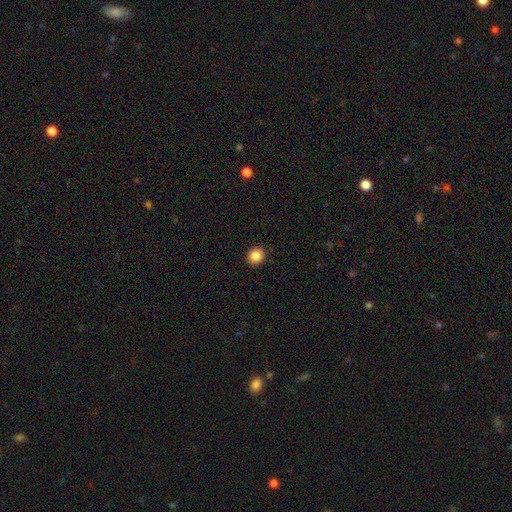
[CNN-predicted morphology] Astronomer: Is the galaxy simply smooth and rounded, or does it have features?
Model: smooth — 86%.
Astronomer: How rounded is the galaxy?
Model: round — 86%.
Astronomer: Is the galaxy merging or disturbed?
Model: none — 92%.